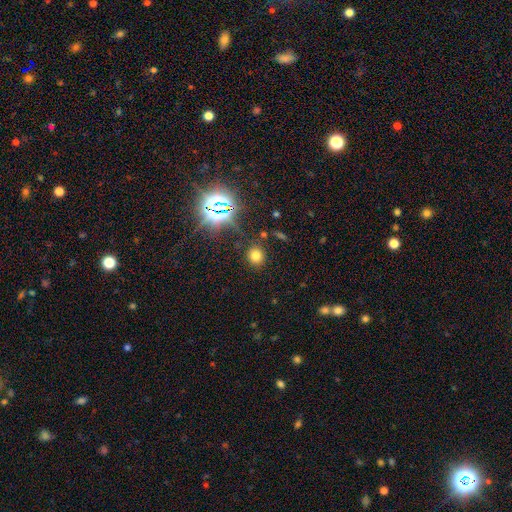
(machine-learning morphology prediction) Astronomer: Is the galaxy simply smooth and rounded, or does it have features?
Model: smooth — 69%.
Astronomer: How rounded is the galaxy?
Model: round — 82%.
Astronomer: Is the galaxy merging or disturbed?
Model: none — 86%.